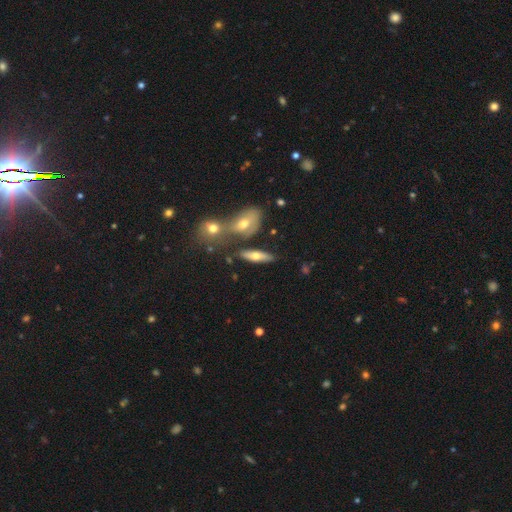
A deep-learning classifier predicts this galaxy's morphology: Smooth or featured?
  - smooth: 58% *
  - featured or disk: 34%
  - star or artifact: 8%
How rounded?
  - in between: 52% *
  - cigar-shaped: 43%
  - round: 6%
Merging?
  - none: 64% *
  - merger: 21%
  - minor disturbance: 11%
  - major disturbance: 4%